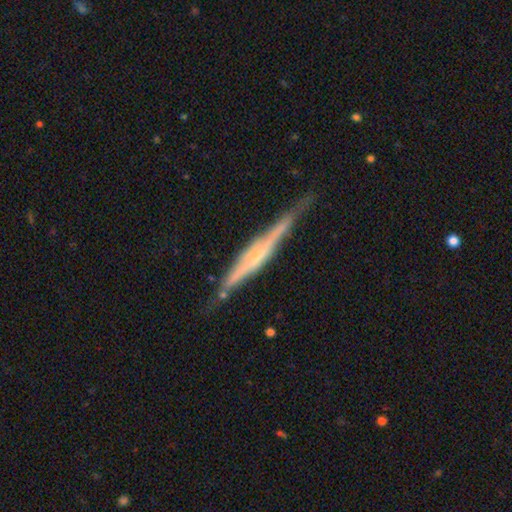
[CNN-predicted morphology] Q: Smooth or featured?
A: featured or disk (79%); runner-up: smooth (15%)
Q: Edge-on disk?
A: yes (96%); runner-up: no (4%)
Q: Edge-on bulge?
A: rounded (49%); runner-up: boxy (29%)
Q: Merging?
A: none (77%); runner-up: minor disturbance (17%)